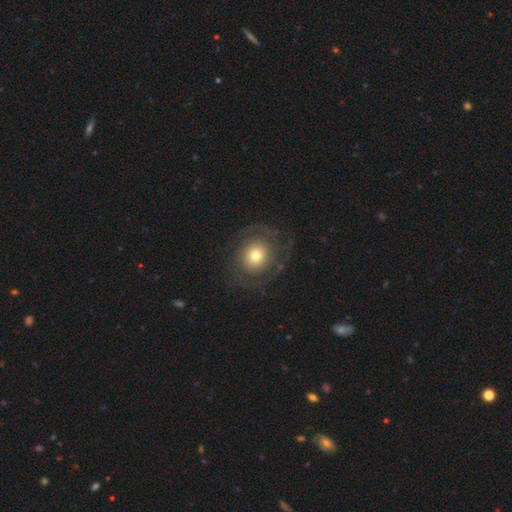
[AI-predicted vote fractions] Q: Smooth or featured?
A: smooth (50%); runner-up: featured or disk (41%)
Q: How rounded?
A: round (82%); runner-up: in between (17%)
Q: Merging?
A: none (74%); runner-up: minor disturbance (13%)